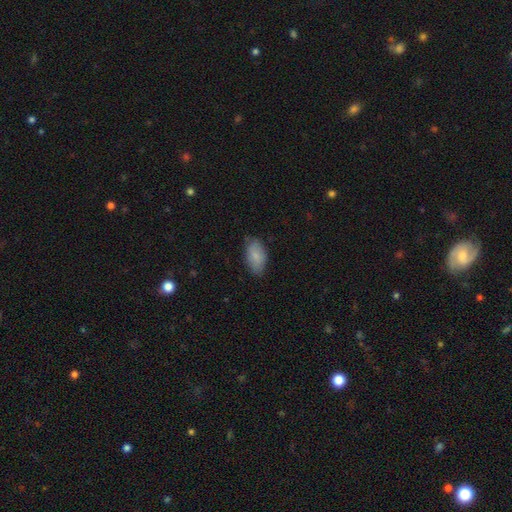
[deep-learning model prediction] Smooth or featured: smooth — 82% (featured or disk — 12%)
How rounded: in between — 94% (round — 3%)
Merging: none — 74% (minor disturbance — 21%)